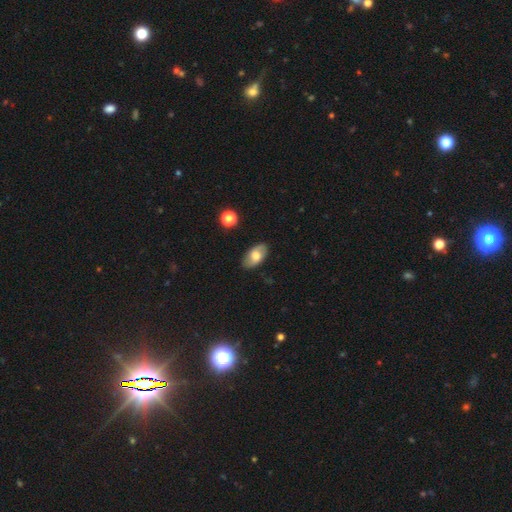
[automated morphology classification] smooth_or_featured: smooth (p=0.67) [alt: featured or disk p=0.26]
how_rounded: in between (p=0.93) [alt: round p=0.04]
merging: none (p=0.85) [alt: minor disturbance p=0.11]